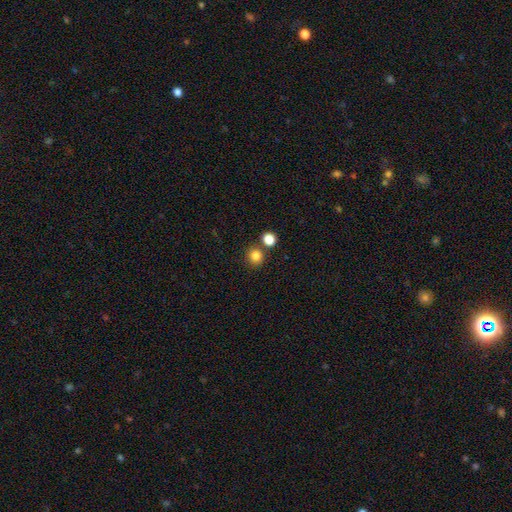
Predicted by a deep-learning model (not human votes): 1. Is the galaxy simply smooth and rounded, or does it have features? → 83% smooth, 13% star or artifact, 5% featured or disk.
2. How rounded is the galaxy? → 91% round, 8% in between, 1% cigar-shaped.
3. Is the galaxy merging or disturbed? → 77% none, 14% merger, 7% minor disturbance, 2% major disturbance.